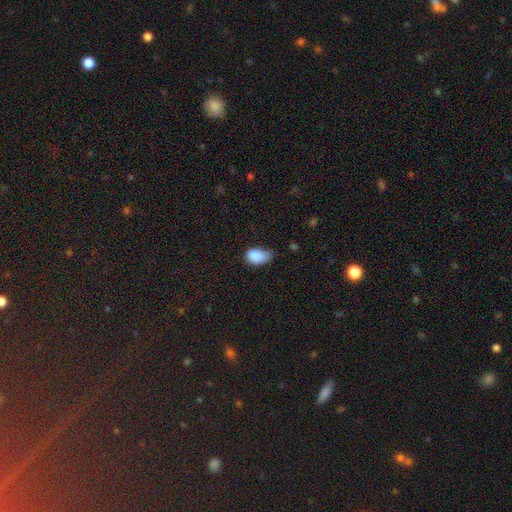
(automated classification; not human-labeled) Morphology: type=smooth (87%); roundness=in between (86%); merging=minor disturbance (49%).